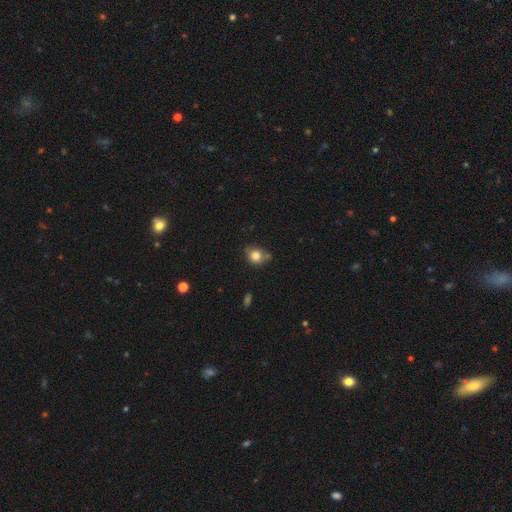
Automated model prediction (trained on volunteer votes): smooth-or-featured: smooth: 80% | star or artifact: 10% | featured or disk: 9%
  how-rounded: round: 64% | in between: 35% | cigar-shaped: 1%
  merging: none: 63% | minor disturbance: 25% | merger: 7% | major disturbance: 5%